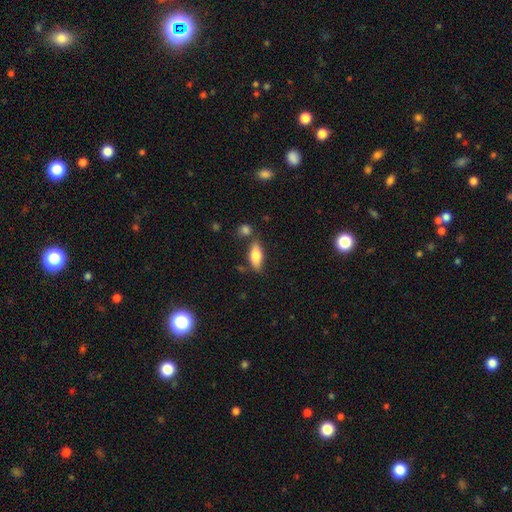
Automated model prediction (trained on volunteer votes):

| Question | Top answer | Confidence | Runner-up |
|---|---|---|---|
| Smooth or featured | smooth | 73% | featured or disk (20%) |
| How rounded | in between | 77% | cigar-shaped (20%) |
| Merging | none | 73% | minor disturbance (15%) |